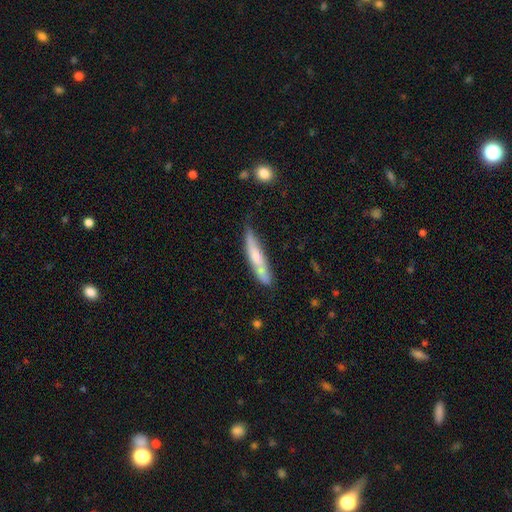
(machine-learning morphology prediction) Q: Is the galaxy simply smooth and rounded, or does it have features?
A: smooth — 57%.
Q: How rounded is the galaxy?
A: cigar-shaped — 89%.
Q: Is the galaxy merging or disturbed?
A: none — 56%.